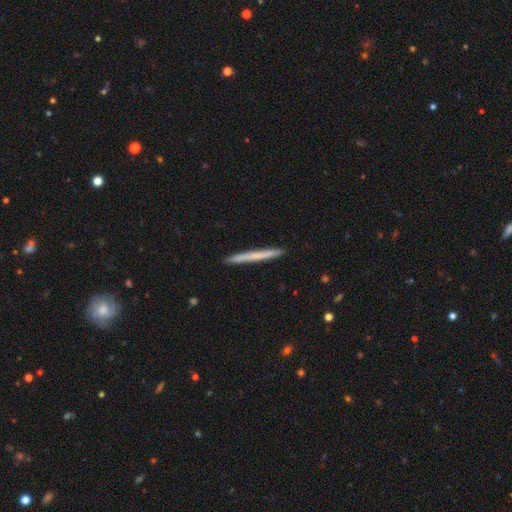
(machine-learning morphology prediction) This is likely a smooth galaxy (61%). How rounded: clearly cigar-shaped (97%). Merging: clearly none (92%).